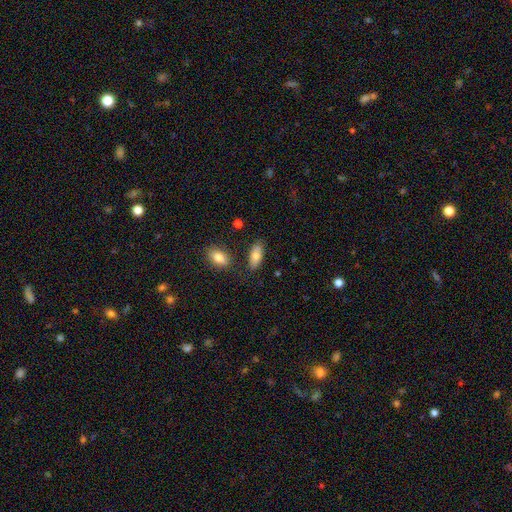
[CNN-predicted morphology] A smooth galaxy with no disk features (79%) that is in between round and cigar-shaped (88%). Merging: none (77%).